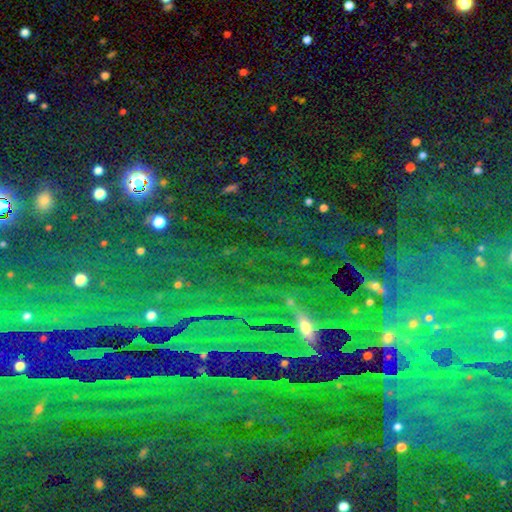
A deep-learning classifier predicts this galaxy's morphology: type=star or artifact (66%).